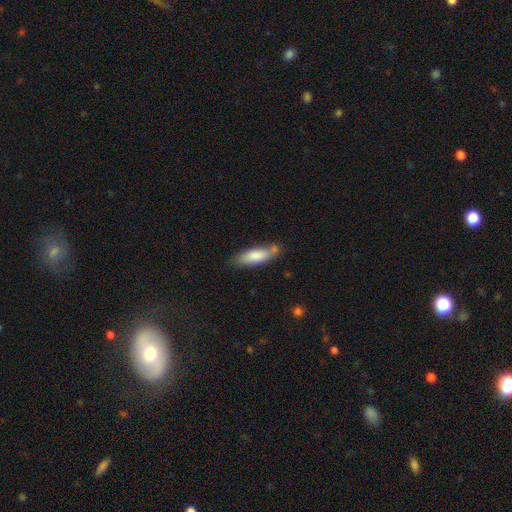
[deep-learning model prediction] The model was most divided on "how rounded": in between: 53%, cigar-shaped: 45%, round: 2%. More confident: smooth or featured — smooth (81%); merging — none (64%).